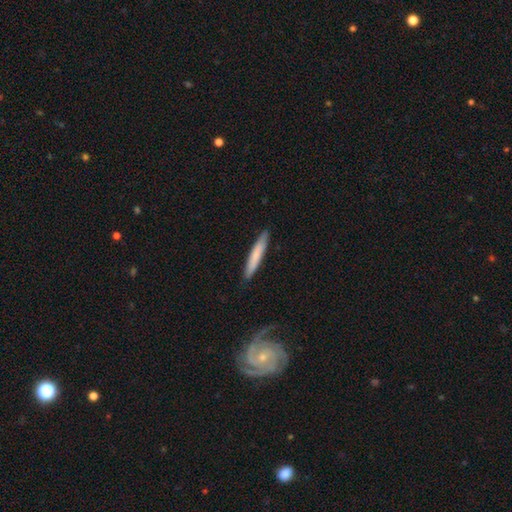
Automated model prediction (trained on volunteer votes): This appears to be a smooth galaxy with no disk features (72%) that is cigar-shaped (94%). Merging: none (88%).